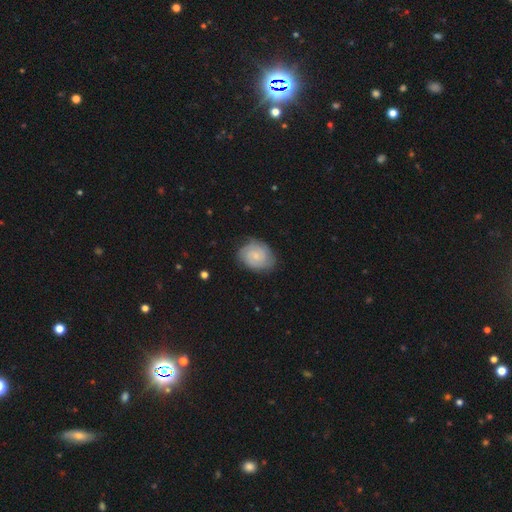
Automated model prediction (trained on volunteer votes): Smooth or featured: featured or disk — 67% (smooth — 27%)
Edge-on disk: no — 98% (yes — 2%)
Bar: no — 68% (weak — 29%)
Spiral arms: yes — 94% (no — 6%)
Spiral winding: tight — 68% (medium — 26%)
Spiral arm count: 2 — 39% (can't tell — 27%)
Bulge size: small — 68% (moderate — 20%)
Merging: none — 76% (minor disturbance — 18%)